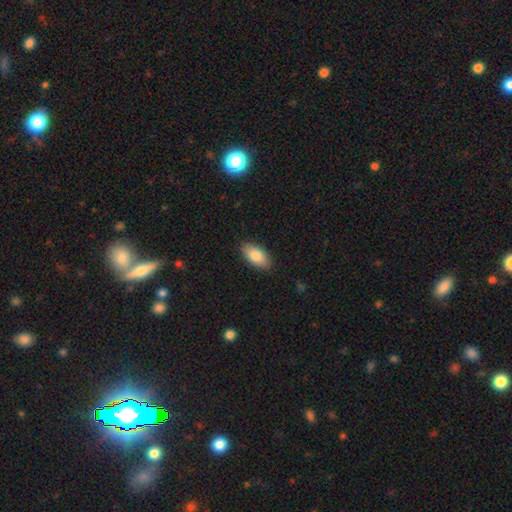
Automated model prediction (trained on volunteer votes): Smooth or featured: smooth — 84% (featured or disk — 10%)
How rounded: in between — 93% (cigar-shaped — 4%)
Merging: none — 87% (minor disturbance — 10%)